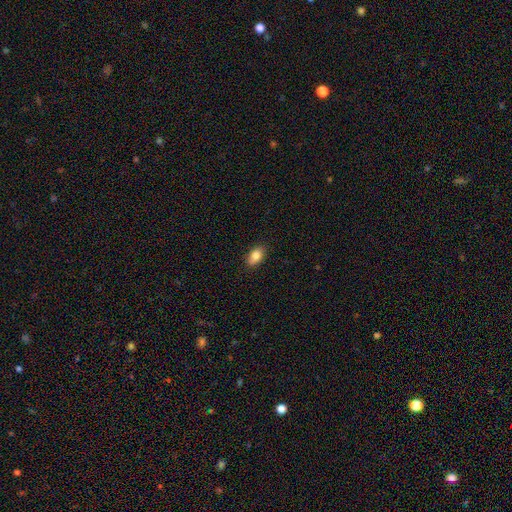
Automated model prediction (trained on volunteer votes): smooth-or-featured: smooth: 83% | featured or disk: 9% | star or artifact: 8%
  how-rounded: in between: 89% | round: 8% | cigar-shaped: 3%
  merging: none: 86% | minor disturbance: 11% | major disturbance: 2% | merger: 1%